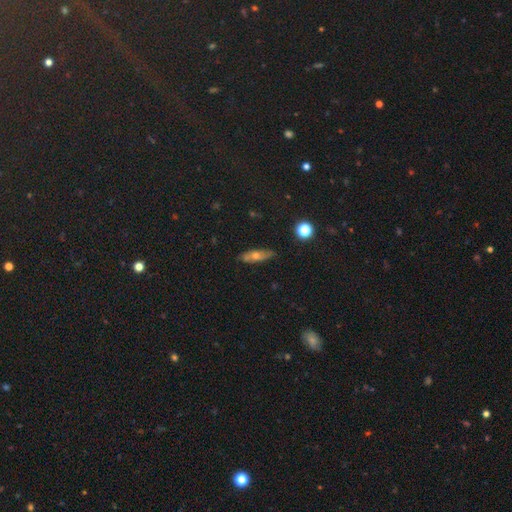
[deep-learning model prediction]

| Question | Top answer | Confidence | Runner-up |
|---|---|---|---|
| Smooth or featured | smooth | 50% | featured or disk (38%) |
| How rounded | cigar-shaped | 47% | tied: in between (47%) |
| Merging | none | 82% | minor disturbance (14%) |